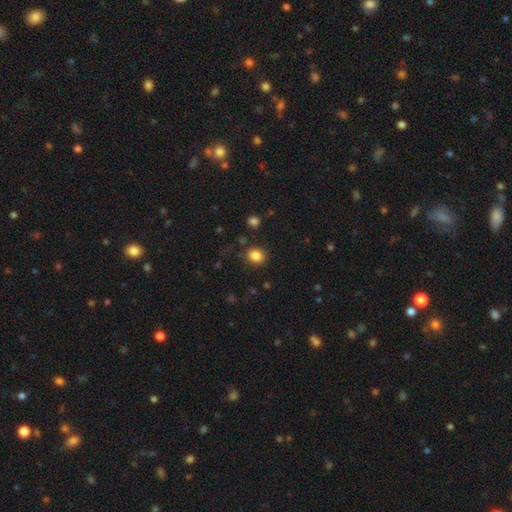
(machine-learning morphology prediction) Smooth or featured: smooth — 84% (star or artifact — 11%)
How rounded: round — 78% (in between — 21%)
Merging: none — 85% (minor disturbance — 9%)